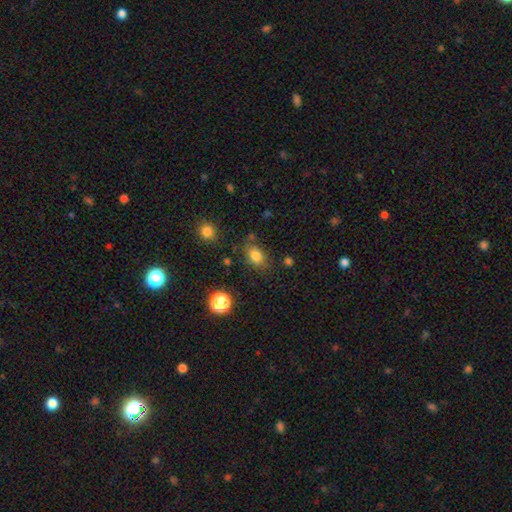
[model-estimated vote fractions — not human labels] Overall: smooth (81%). How rounded: in between (73%). Merging: none (72%).